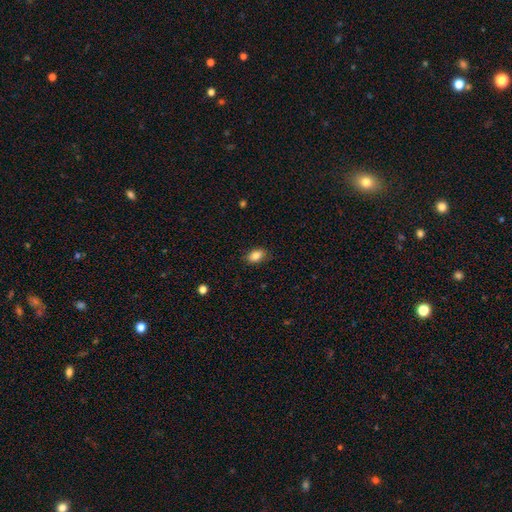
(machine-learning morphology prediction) A smooth galaxy with no disk features (85%) that is in between round and cigar-shaped (84%).

Vote fractions:
- Smooth or featured? smooth: 85% / star or artifact: 9% / featured or disk: 7%
- How rounded? in between: 84% / round: 14% / cigar-shaped: 2%
- Merging? none: 84% / minor disturbance: 12% / major disturbance: 3% / merger: 1%